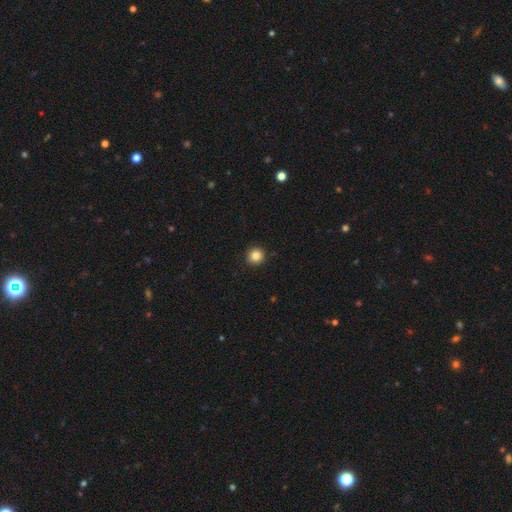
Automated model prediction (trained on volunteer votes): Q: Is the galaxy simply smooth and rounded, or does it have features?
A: smooth — 84%.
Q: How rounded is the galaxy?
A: round — 94%.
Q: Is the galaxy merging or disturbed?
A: none — 92%.